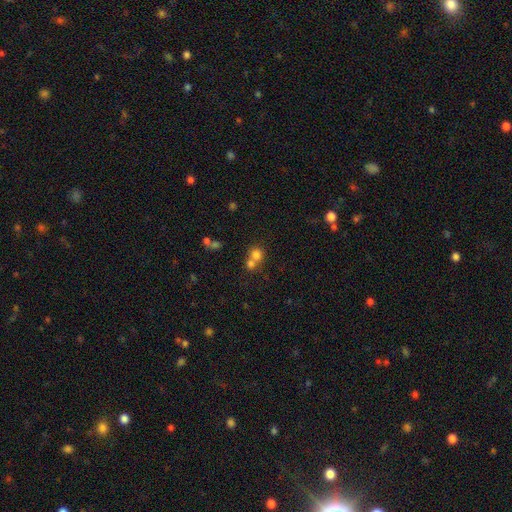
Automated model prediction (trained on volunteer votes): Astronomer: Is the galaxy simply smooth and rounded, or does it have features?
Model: smooth — 74%.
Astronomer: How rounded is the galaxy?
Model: round — 83%.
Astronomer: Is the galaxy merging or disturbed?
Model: merger — 55% (runner-up: none, 37%).